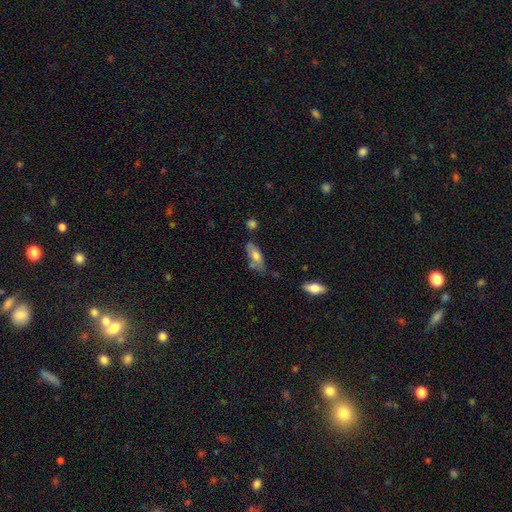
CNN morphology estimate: smooth-or-featured: smooth: 63% | featured or disk: 30% | star or artifact: 7%
  how-rounded: in between: 71% | cigar-shaped: 27% | round: 2%
  merging: none: 52% | minor disturbance: 29% | merger: 9% | major disturbance: 9%